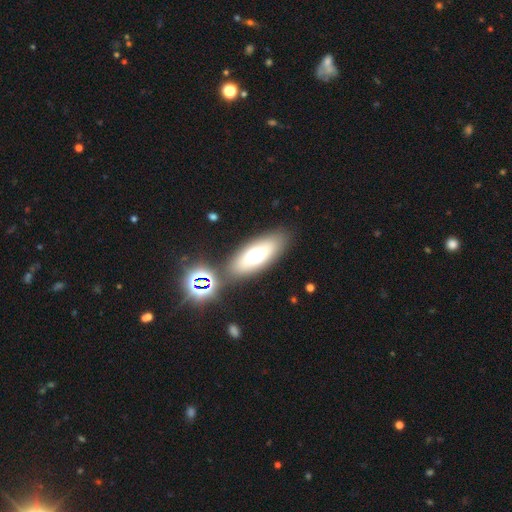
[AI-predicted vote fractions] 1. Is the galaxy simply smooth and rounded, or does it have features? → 59% smooth, 28% featured or disk, 13% star or artifact.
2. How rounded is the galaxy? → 76% in between, 19% cigar-shaped, 5% round.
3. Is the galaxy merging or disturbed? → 79% none, 10% minor disturbance, 8% merger, 4% major disturbance.